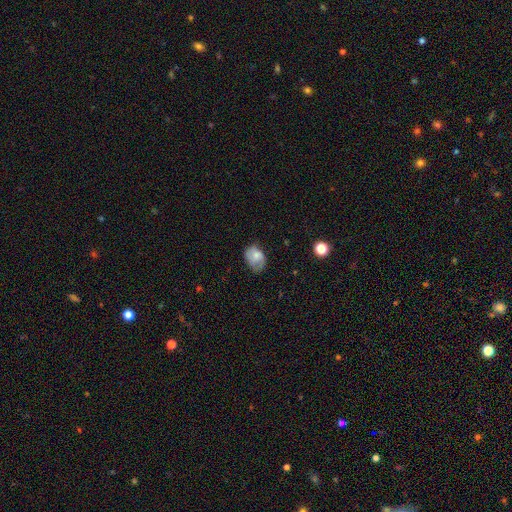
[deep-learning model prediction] This is likely a smooth galaxy (67%). How rounded: likely in between (72%). Merging: possibly none (51%).